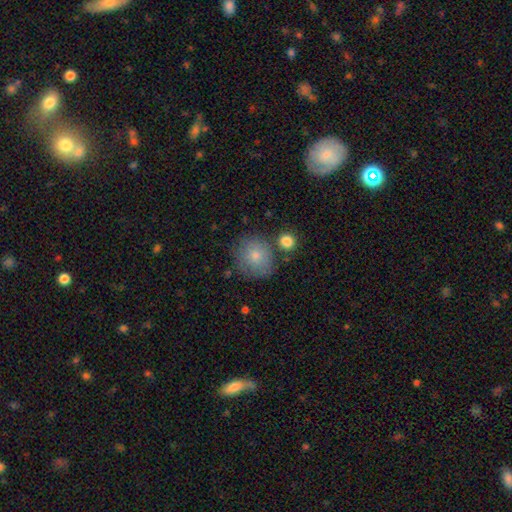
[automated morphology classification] Overall: smooth (80%). How rounded: round (84%). Merging: none (68%).